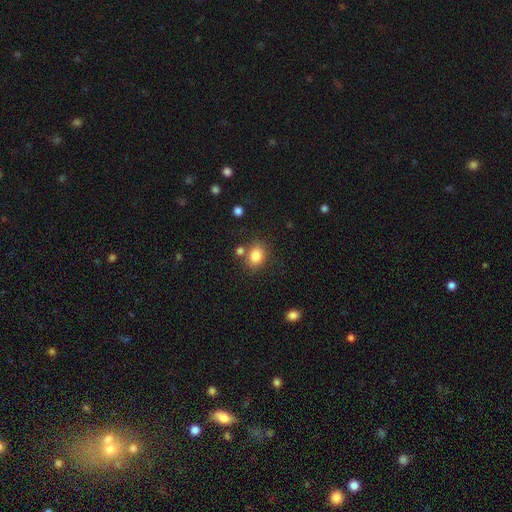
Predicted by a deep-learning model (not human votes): Overall: smooth (83%). How rounded: round (55%; in between 44%). Merging: none (71%).